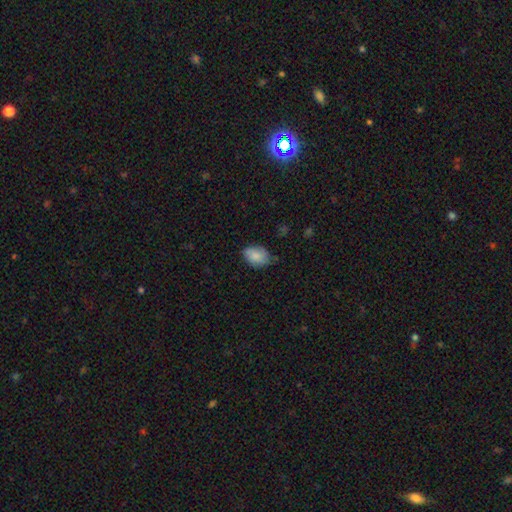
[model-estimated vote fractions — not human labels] smooth-or-featured: smooth: 83% | featured or disk: 10% | star or artifact: 7%
  how-rounded: in between: 84% | round: 15% | cigar-shaped: 1%
  merging: none: 66% | minor disturbance: 28% | major disturbance: 5% | merger: 1%